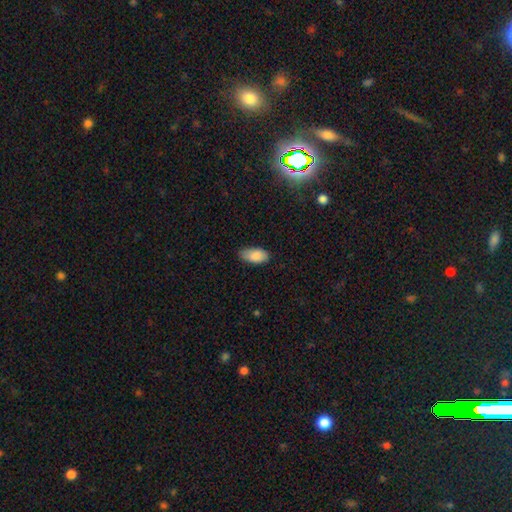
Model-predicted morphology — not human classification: Q: Smooth or featured?
A: smooth (87%); runner-up: star or artifact (7%)
Q: How rounded?
A: in between (93%); runner-up: cigar-shaped (4%)
Q: Merging?
A: none (74%); runner-up: minor disturbance (22%)